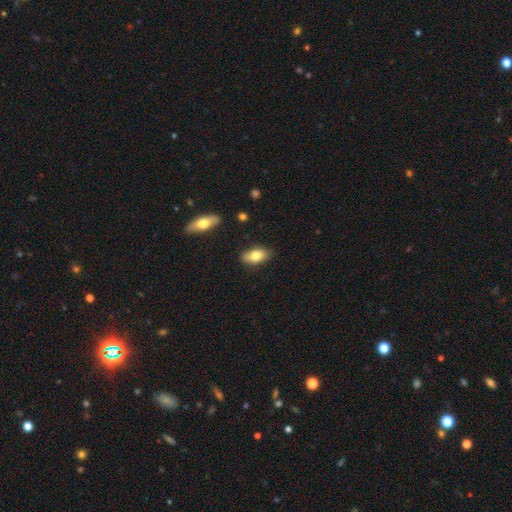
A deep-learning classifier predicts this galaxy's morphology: This appears to be a smooth galaxy with no disk features (77%) that is in between round and cigar-shaped (89%). Merging: none (83%).